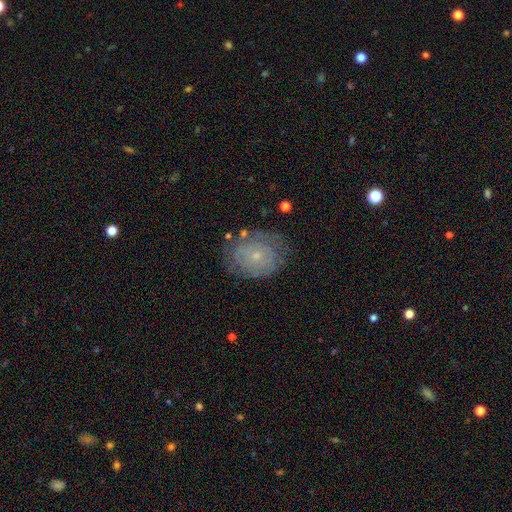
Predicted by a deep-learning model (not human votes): Smooth or featured? Predicted: featured or disk (p=0.63). Edge-on disk? Predicted: no (p=0.97). Bar? Predicted: no (p=0.84). Spiral arms? Predicted: yes (p=0.73). Bulge size? Predicted: small (p=0.77). Merging? Predicted: none (p=0.71).